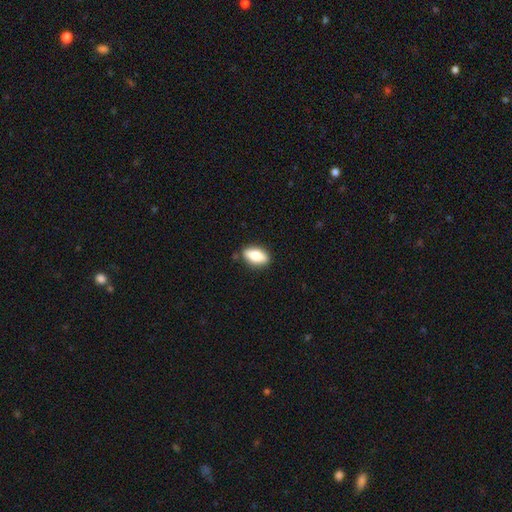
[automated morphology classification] Smooth or featured: smooth — 75% (featured or disk — 18%)
How rounded: in between — 85% (cigar-shaped — 10%)
Merging: none — 85% (minor disturbance — 11%)